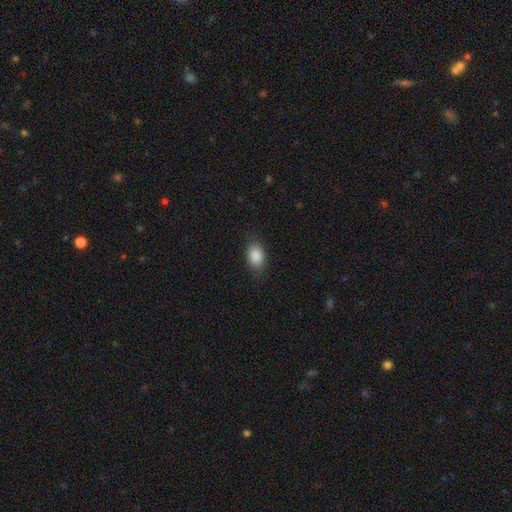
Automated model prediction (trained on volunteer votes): Q: Smooth or featured?
A: smooth (87%); runner-up: star or artifact (7%)
Q: How rounded?
A: in between (87%); runner-up: round (12%)
Q: Merging?
A: none (84%); runner-up: minor disturbance (12%)